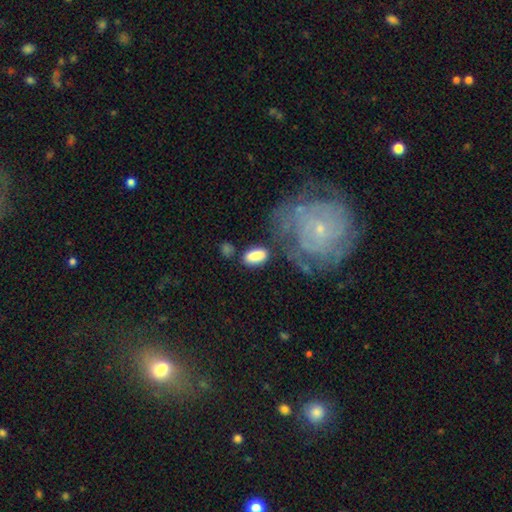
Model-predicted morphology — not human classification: Q: Smooth or featured?
A: smooth (84%); runner-up: featured or disk (10%)
Q: How rounded?
A: in between (90%); runner-up: cigar-shaped (6%)
Q: Merging?
A: none (67%); runner-up: minor disturbance (16%)